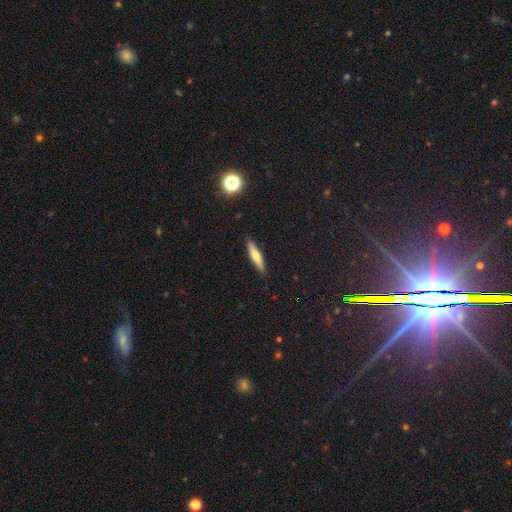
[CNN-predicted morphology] smooth-or-featured: smooth: 62% | featured or disk: 30% | star or artifact: 8%
  how-rounded: cigar-shaped: 81% | in between: 17% | round: 2%
  merging: none: 89% | minor disturbance: 8% | major disturbance: 2% | merger: 1%